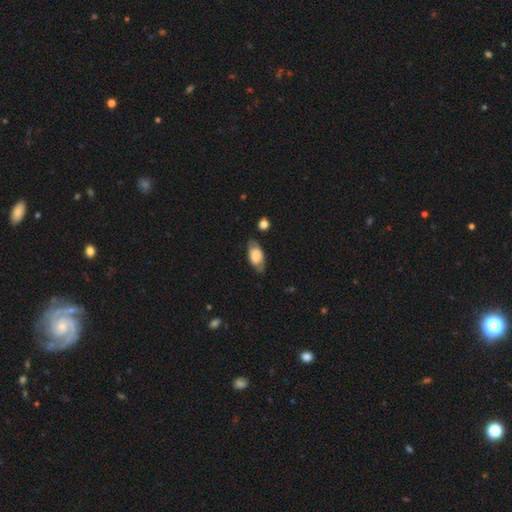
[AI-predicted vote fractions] The model was most divided on "smooth or featured": smooth: 68%, featured or disk: 26%, star or artifact: 7%. More confident: how rounded — in between (89%); merging — none (76%).